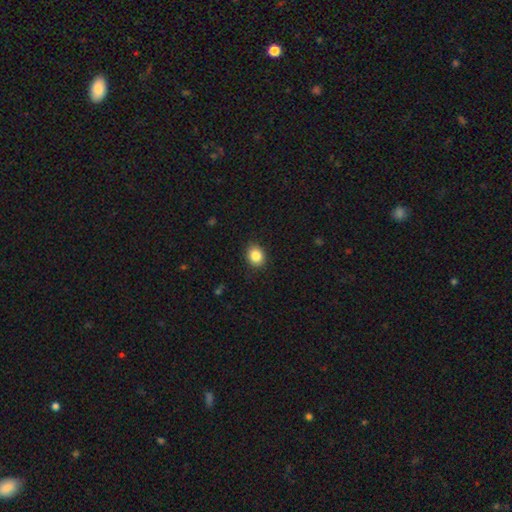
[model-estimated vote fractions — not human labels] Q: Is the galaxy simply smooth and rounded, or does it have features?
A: smooth — 86%.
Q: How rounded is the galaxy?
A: round — 61%.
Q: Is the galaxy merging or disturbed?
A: none — 88%.